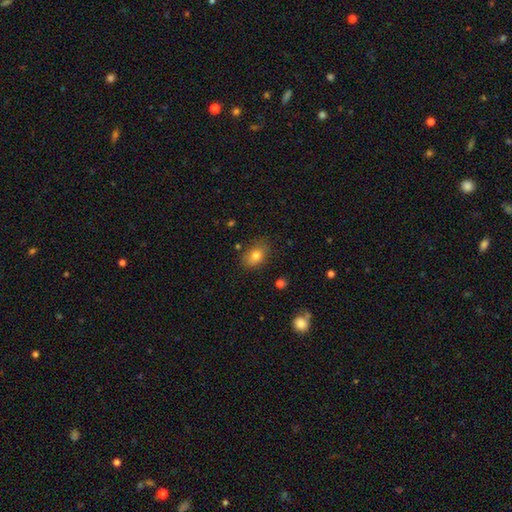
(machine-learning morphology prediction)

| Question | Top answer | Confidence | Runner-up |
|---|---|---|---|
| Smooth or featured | smooth | 79% | featured or disk (11%) |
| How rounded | in between | 79% | round (20%) |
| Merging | none | 78% | minor disturbance (16%) |